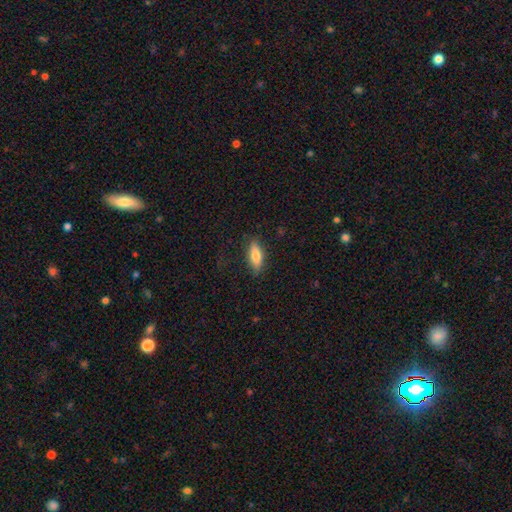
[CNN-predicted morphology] The model was most divided on "how rounded": in between: 56%, cigar-shaped: 41%, round: 2%. More confident: merging — none (83%); smooth or featured — smooth (73%).